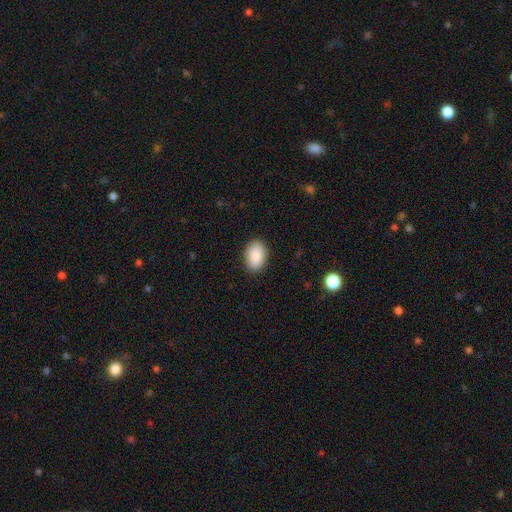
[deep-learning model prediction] This appears to be a smooth galaxy with no disk features (89%) that is in between round and cigar-shaped (87%). Merging: none (88%).